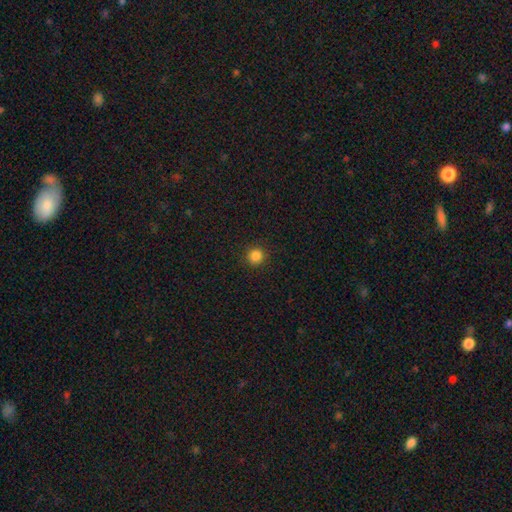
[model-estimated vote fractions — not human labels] Smooth or featured: smooth — 85% (star or artifact — 12%)
How rounded: round — 94% (in between — 5%)
Merging: none — 92% (minor disturbance — 5%)